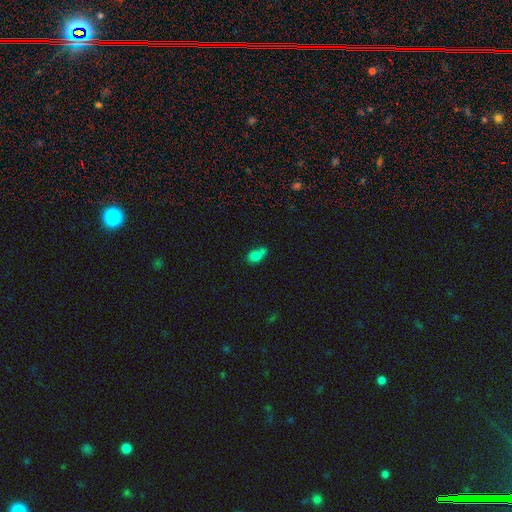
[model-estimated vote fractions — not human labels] Smooth or featured?
  - smooth: 76% *
  - star or artifact: 12%
  - featured or disk: 11%
How rounded?
  - in between: 62% *
  - round: 35%
  - cigar-shaped: 3%
Merging?
  - merger: 44% *
  - none: 30%
  - minor disturbance: 17%
  - major disturbance: 9%